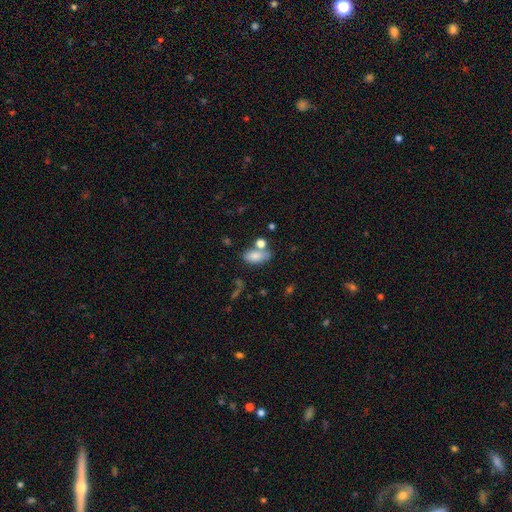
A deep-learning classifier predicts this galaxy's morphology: type=smooth (79%); roundness=in between (88%); merging=none (52%).